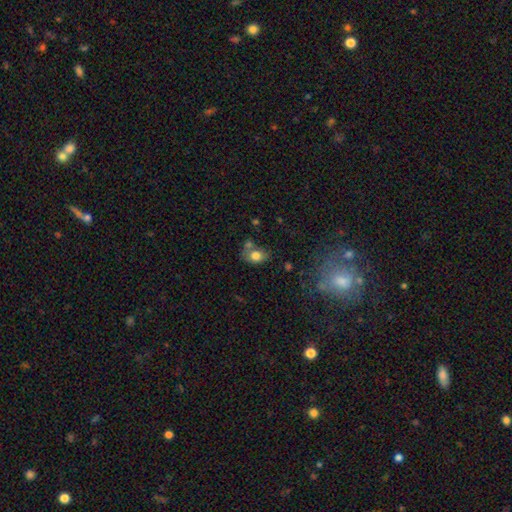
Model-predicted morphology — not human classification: A smooth galaxy with no disk features (78%) that is in between round and cigar-shaped (67%). Merging: none (50%).